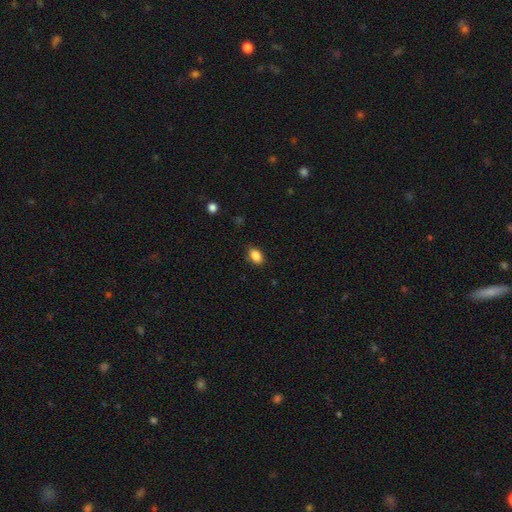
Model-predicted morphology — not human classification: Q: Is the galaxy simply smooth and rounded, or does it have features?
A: smooth — 86%.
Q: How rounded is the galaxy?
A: in between — 84%.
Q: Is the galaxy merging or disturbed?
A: none — 83%.